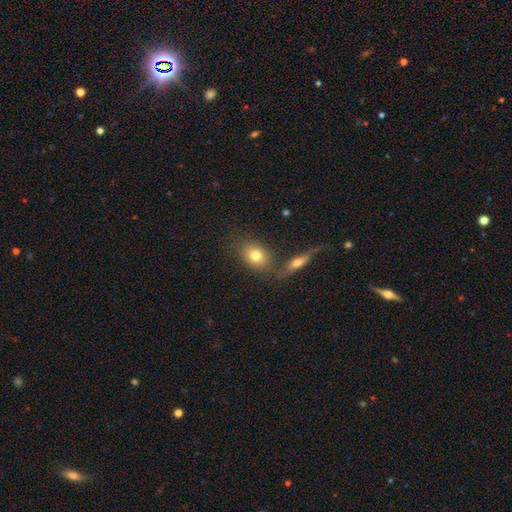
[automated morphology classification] The model was most divided on "how rounded": in between: 65%, round: 32%, cigar-shaped: 3%. More confident: smooth or featured — smooth (77%); merging — none (67%).